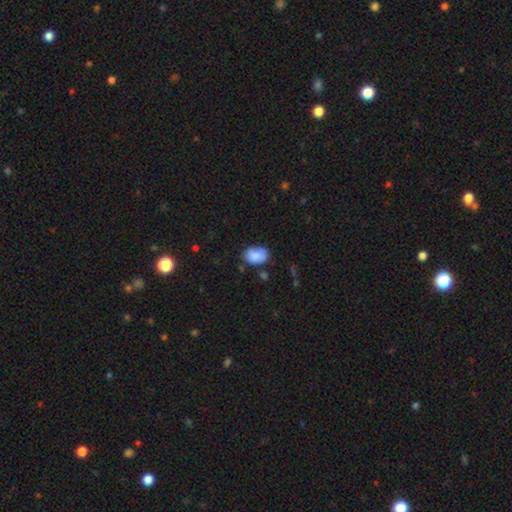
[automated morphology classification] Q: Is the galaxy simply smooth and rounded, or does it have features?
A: smooth — 84%.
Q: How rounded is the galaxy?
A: in between — 79%.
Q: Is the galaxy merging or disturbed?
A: none — 64%.